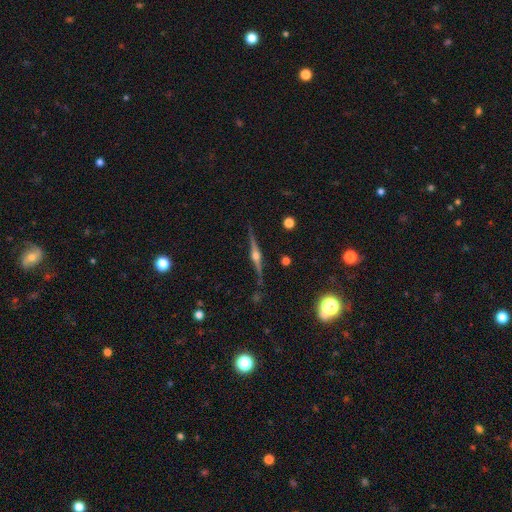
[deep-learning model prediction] smooth-or-featured: featured or disk: 86% | smooth: 7% | star or artifact: 7%
  disk-edge-on: yes: 98% | no: 2%
    edge-on-bulge: rounded: 94% | boxy: 4% | none: 2%
  merging: none: 87% | minor disturbance: 9% | major disturbance: 2% | merger: 2%